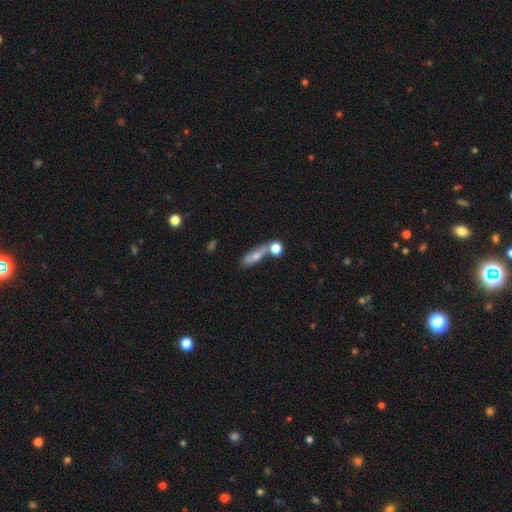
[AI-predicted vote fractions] smooth 65%, featured or disk 26%, star or artifact 9%. Down the decision tree: how rounded — in between (51%); merging — none (43%).